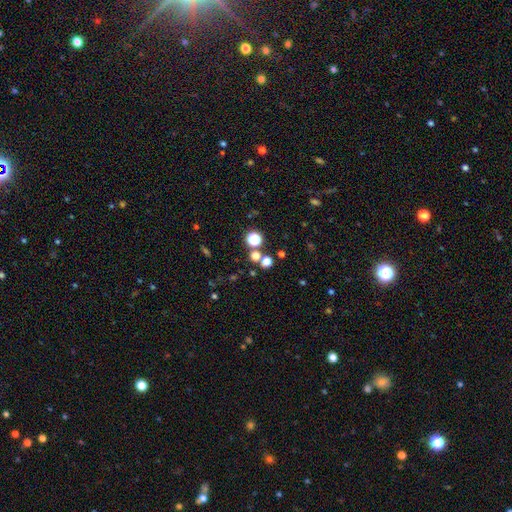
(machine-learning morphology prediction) smooth 56%, star or artifact 36%, featured or disk 8%. Down the decision tree: how rounded — round (88%); merging — none (72%).